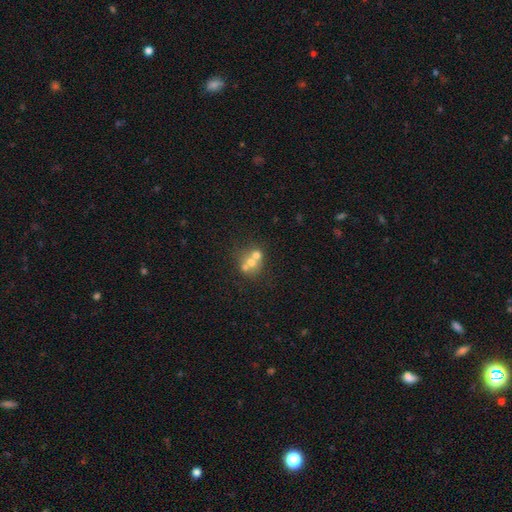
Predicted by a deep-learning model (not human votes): Overall: smooth (50%; featured or disk 28%). How rounded: round (73%). Merging: merger (55%; none 34%).